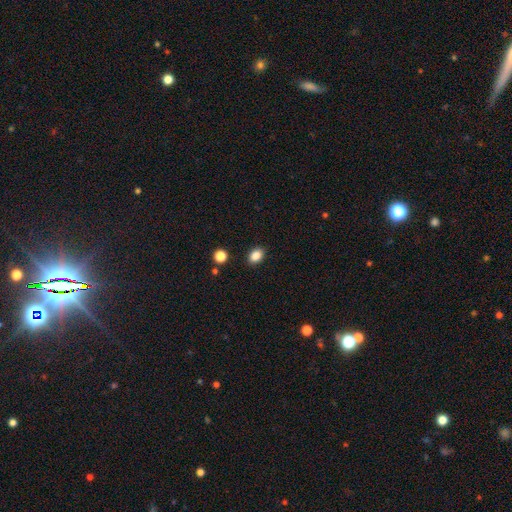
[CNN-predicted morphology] A smooth galaxy with no disk features (86%) that is in between round and cigar-shaped (73%).

Vote fractions:
- Smooth or featured? smooth: 86% / star or artifact: 10% / featured or disk: 4%
- How rounded? in between: 73% / round: 26% / cigar-shaped: 1%
- Merging? none: 88% / minor disturbance: 8% / major disturbance: 2% / merger: 2%